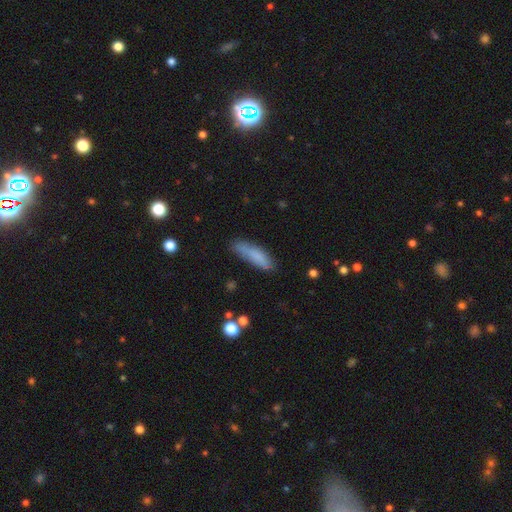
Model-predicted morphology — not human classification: Smooth or featured: smooth — 81% (featured or disk — 12%)
How rounded: cigar-shaped — 69% (in between — 30%)
Merging: none — 76% (minor disturbance — 18%)